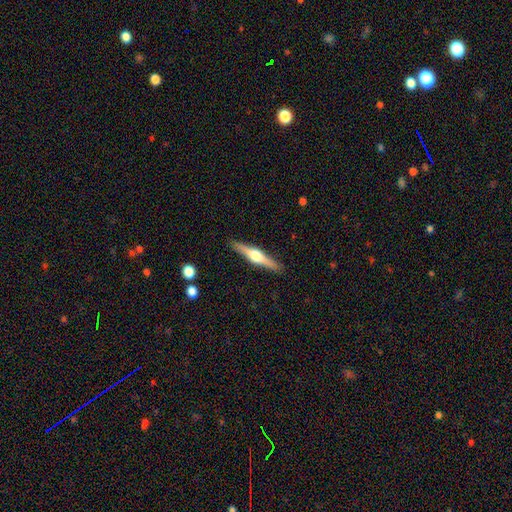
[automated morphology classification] A featured or disk galaxy (72%) viewed edge-on (98%) with a rounded central bulge (94%). Merging: none (91%).